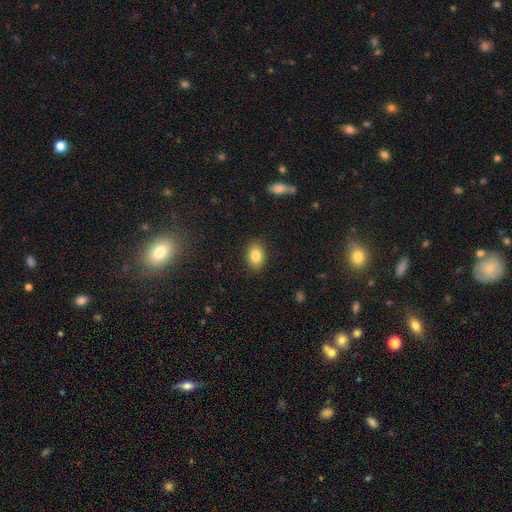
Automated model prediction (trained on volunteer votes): Morphology: type=smooth (83%); roundness=in between (80%); merging=none (88%).